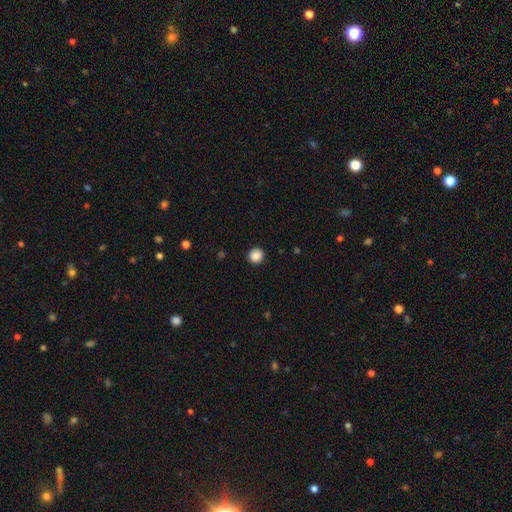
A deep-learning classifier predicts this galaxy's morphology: type=smooth (87%); roundness=round (92%); merging=none (92%).